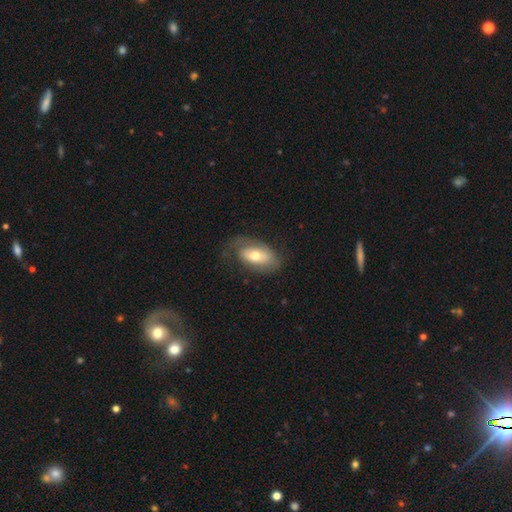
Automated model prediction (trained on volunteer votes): Q: Smooth or featured?
A: smooth (50%); runner-up: featured or disk (43%)
Q: Merging?
A: none (58%); runner-up: minor disturbance (24%)